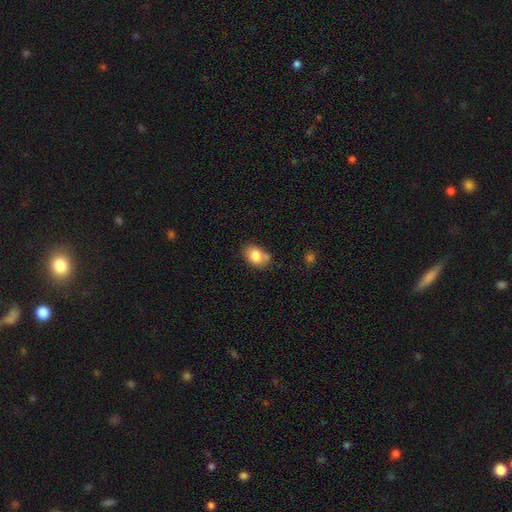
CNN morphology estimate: The model was most divided on "merging": none: 58%, minor disturbance: 23%, merger: 14%, major disturbance: 5%. More confident: smooth or featured — smooth (81%); how rounded — in between (77%).